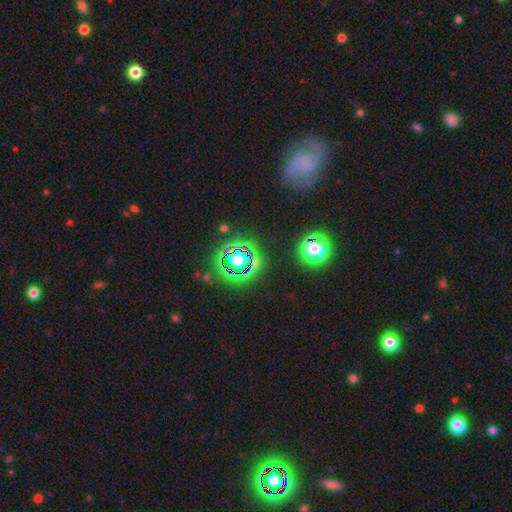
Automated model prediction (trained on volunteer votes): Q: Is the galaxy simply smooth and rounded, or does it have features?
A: star or artifact — 67%.